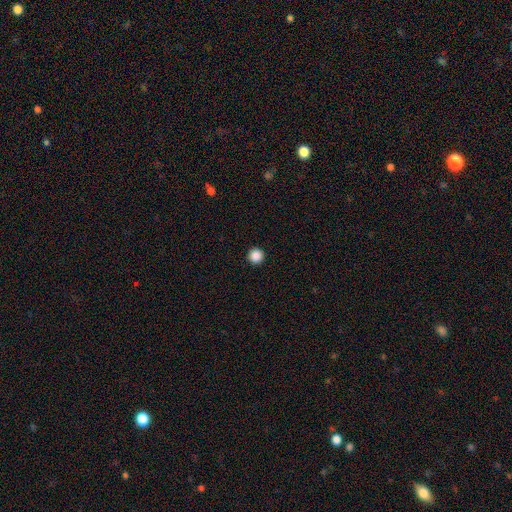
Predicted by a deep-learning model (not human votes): smooth-or-featured: smooth: 88% | star or artifact: 10% | featured or disk: 3%
  how-rounded: round: 97% | in between: 2% | cigar-shaped: 1%
  merging: none: 94% | minor disturbance: 4% | major disturbance: 1% | merger: 1%